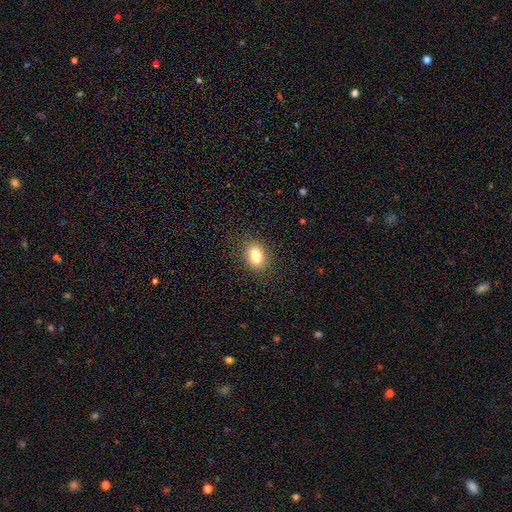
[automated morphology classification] smooth_or_featured: smooth (p=0.82) [alt: star or artifact p=0.10]
how_rounded: in between (p=0.74) [alt: round p=0.25]
merging: none (p=0.88) [alt: minor disturbance p=0.09]